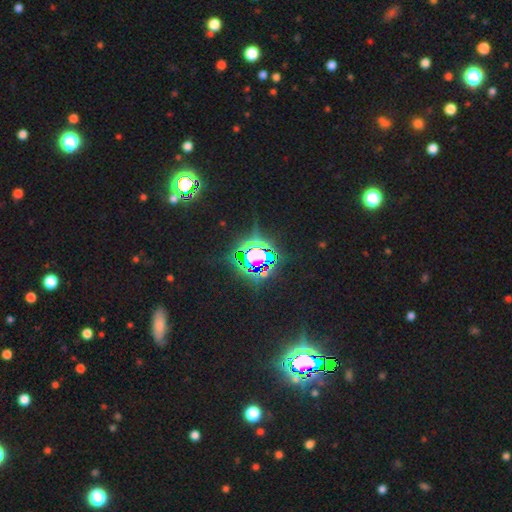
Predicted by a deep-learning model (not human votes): A star or artifact, not a galaxy (79%).

Vote fractions:
- Smooth or featured? star or artifact: 79% / smooth: 12% / featured or disk: 10%